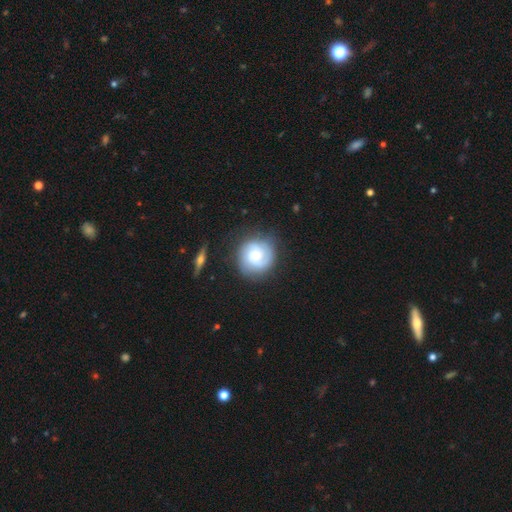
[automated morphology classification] A featured or disk galaxy (67%) with no bar (70%), 2 (52%) tight (59%) spiral arms (91%) and a moderate central bulge (61%).

Vote fractions:
- Smooth or featured? featured or disk: 67% / smooth: 26% / star or artifact: 6%
- Edge-on disk? no: 97% / yes: 3%
- Bar? no: 70% / weak: 26% / strong: 5%
- Spiral arms? yes: 91% / no: 9%
- Spiral winding? tight: 59% / medium: 30% / loose: 10%
- Spiral arm count? 2: 52% / can't tell: 21% / 3: 17% / 1: 4% / 4: 3% / more than 4: 3%
- Bulge size? moderate: 61% / small: 31% / large: 6% / none: 1% / dominant: 1%
- Merging? none: 79% / minor disturbance: 14% / major disturbance: 5% / merger: 2%